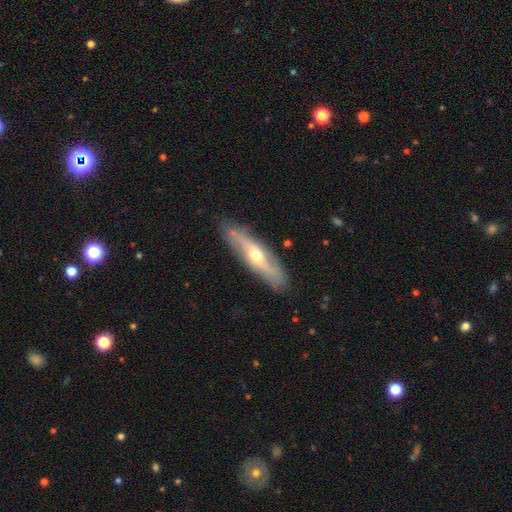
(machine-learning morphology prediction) A featured or disk galaxy (62%) viewed edge-on (50%, tied with no). Merging: none (81%).